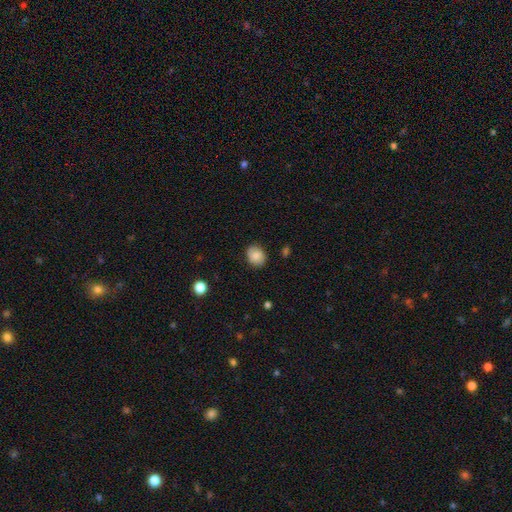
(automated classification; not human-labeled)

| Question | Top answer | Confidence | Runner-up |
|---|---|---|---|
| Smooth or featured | smooth | 77% | featured or disk (14%) |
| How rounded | round | 57% | in between (42%) |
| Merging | none | 78% | minor disturbance (17%) |